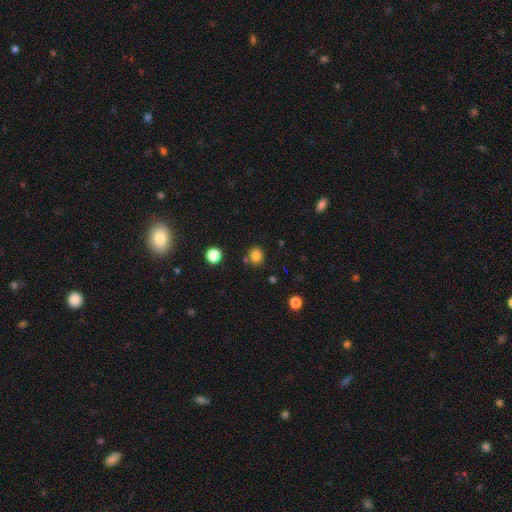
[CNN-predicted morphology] This appears to be a smooth galaxy with no disk features (81%) that is round (77%). Merging: none (78%).